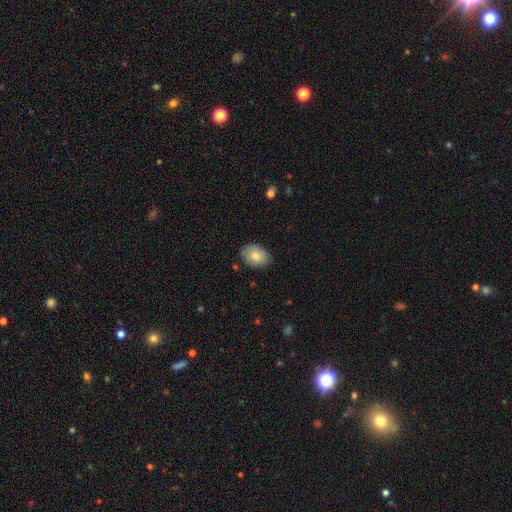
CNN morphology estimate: Smooth or featured? smooth (79%)
How rounded? in between (79%)
Merging? none (83%)